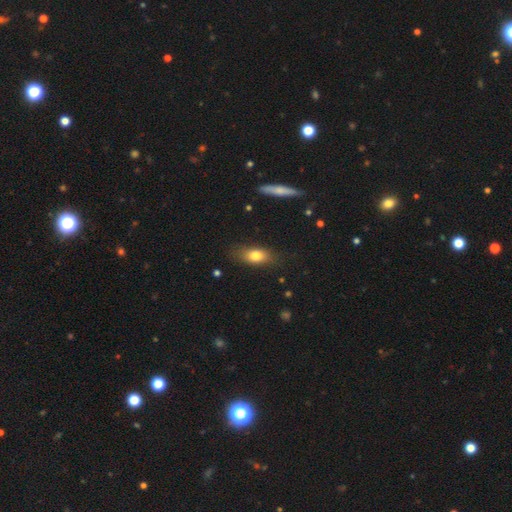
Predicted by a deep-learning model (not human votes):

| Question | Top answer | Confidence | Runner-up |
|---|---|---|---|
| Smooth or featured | smooth | 76% | featured or disk (15%) |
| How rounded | in between | 78% | cigar-shaped (12%) |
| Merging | none | 79% | minor disturbance (15%) |